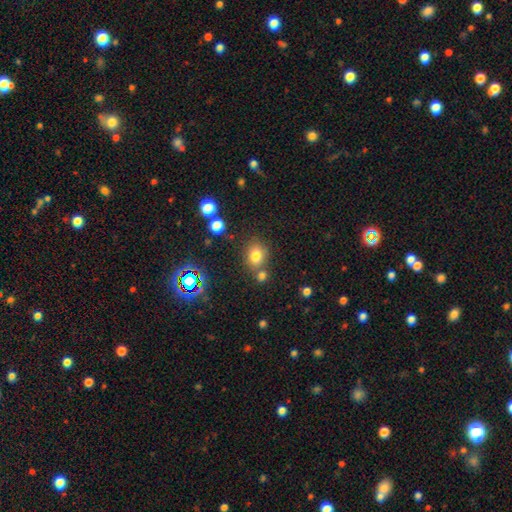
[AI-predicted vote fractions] Q: Smooth or featured?
A: smooth (76%); runner-up: star or artifact (17%)
Q: How rounded?
A: round (59%); runner-up: in between (40%)
Q: Merging?
A: none (66%); runner-up: merger (19%)